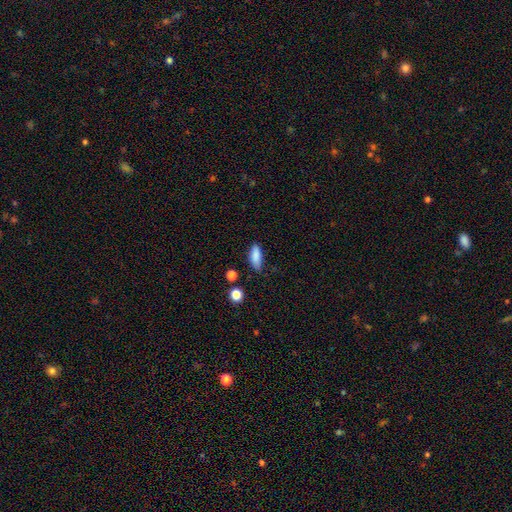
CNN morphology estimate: Smooth or featured?
  - smooth: 85% *
  - star or artifact: 8%
  - featured or disk: 7%
How rounded?
  - in between: 70% *
  - cigar-shaped: 27%
  - round: 3%
Merging?
  - none: 69% *
  - minor disturbance: 23%
  - major disturbance: 5%
  - merger: 3%